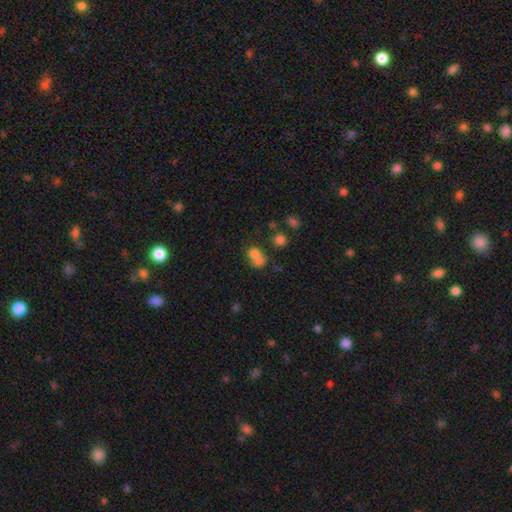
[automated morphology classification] A smooth galaxy with no disk features (72%) that is round (56%). Merging: merger (57%).